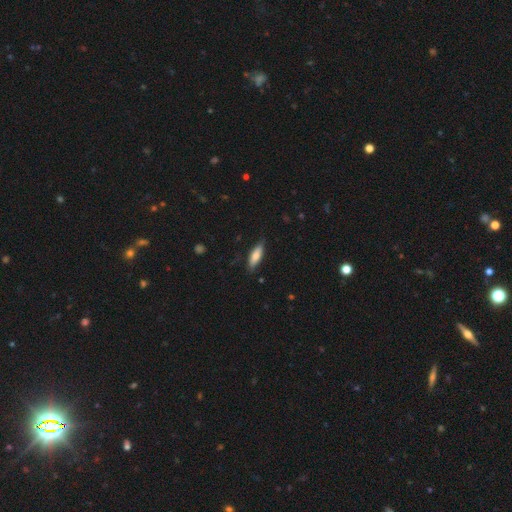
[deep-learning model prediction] Smooth or featured?
  - smooth: 74% *
  - featured or disk: 20%
  - star or artifact: 6%
How rounded?
  - in between: 50% *
  - cigar-shaped: 48%
  - round: 2%
Merging?
  - none: 81% *
  - minor disturbance: 15%
  - major disturbance: 3%
  - merger: 1%